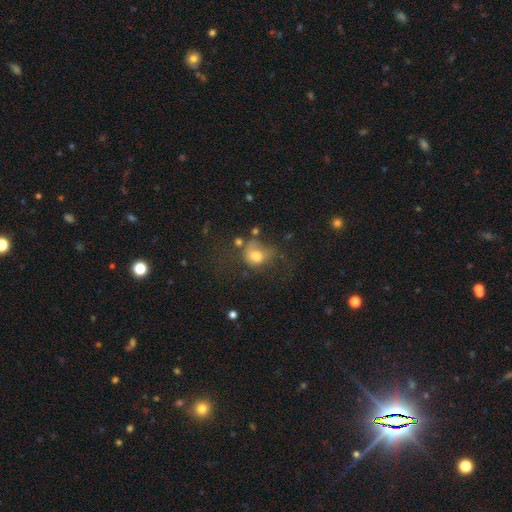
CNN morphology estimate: This appears to be a smooth galaxy with no disk features (71%) that is round (56%). Merging: major disturbance (34%).